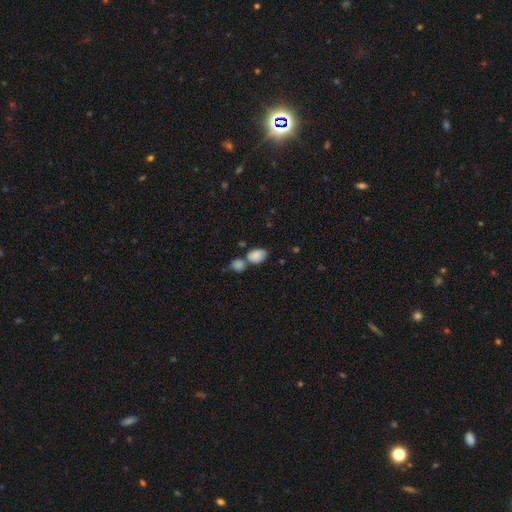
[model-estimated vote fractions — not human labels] Overall: smooth (84%). How rounded: in between (85%). Merging: merger (44%; none 38%).